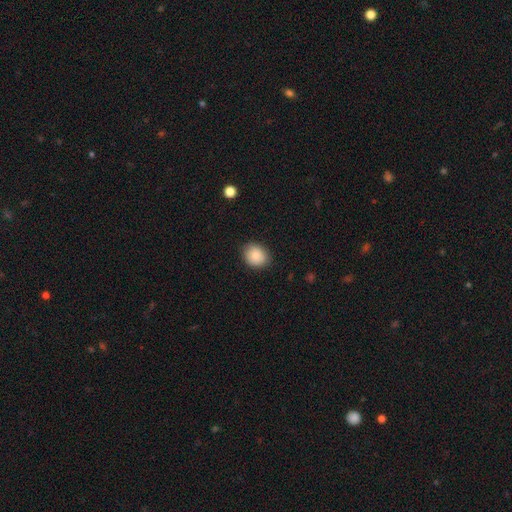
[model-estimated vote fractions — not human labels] Smooth or featured? Predicted: smooth (p=0.84). How rounded? Predicted: round (p=0.60). Merging? Predicted: none (p=0.83).